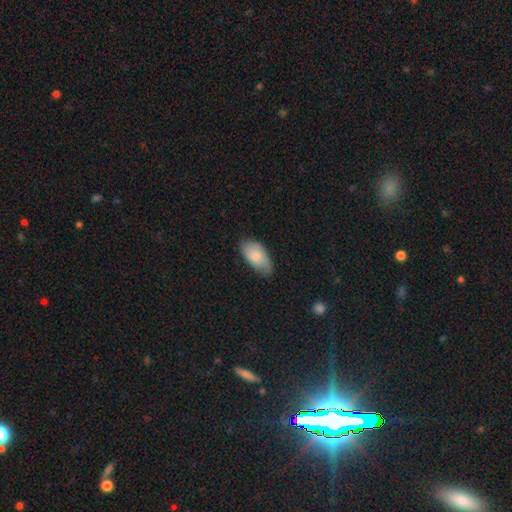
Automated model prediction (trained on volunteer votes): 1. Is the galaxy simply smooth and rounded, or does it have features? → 80% smooth, 15% featured or disk, 6% star or artifact.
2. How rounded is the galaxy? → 94% in between, 3% cigar-shaped, 3% round.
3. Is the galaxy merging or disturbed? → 70% none, 25% minor disturbance, 4% major disturbance, 1% merger.